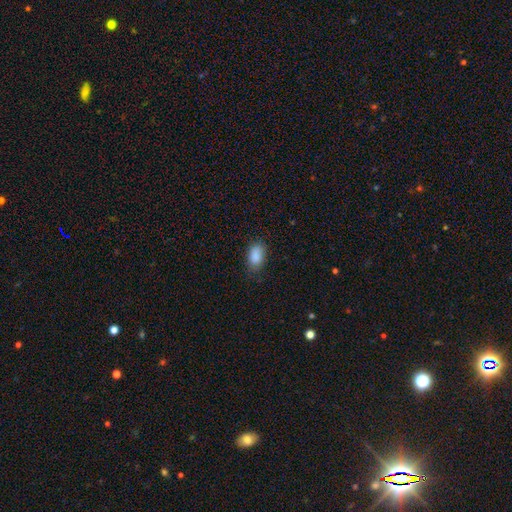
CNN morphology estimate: A smooth galaxy with no disk features (88%) that is in between round and cigar-shaped (91%).

Vote fractions:
- Smooth or featured? smooth: 88% / star or artifact: 8% / featured or disk: 4%
- How rounded? in between: 91% / round: 6% / cigar-shaped: 2%
- Merging? none: 76% / minor disturbance: 18% / major disturbance: 4% / merger: 1%